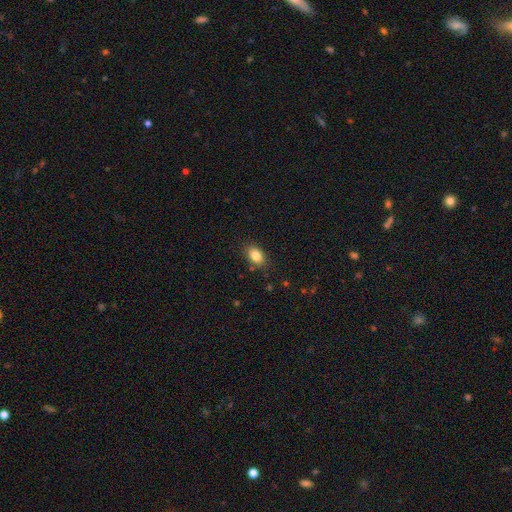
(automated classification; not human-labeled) Smooth or featured? Predicted: smooth (p=0.84). How rounded? Predicted: in between (p=0.85). Merging? Predicted: none (p=0.84).